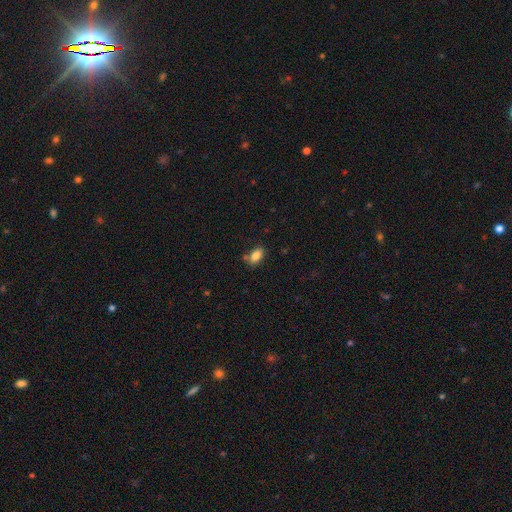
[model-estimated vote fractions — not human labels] This appears to be a smooth galaxy with no disk features (84%) that is in between round and cigar-shaped (89%). Merging: none (74%).